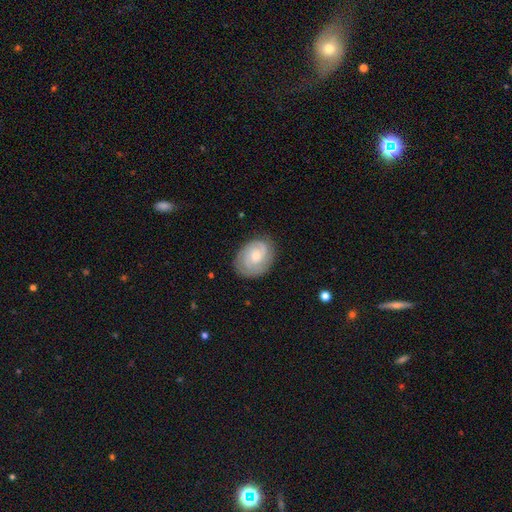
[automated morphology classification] A featured or disk galaxy (75%) with no bar (69%), 2 (49%) tight (65%) spiral arms (94%) and a small central bulge (48%). Merging: none (80%).